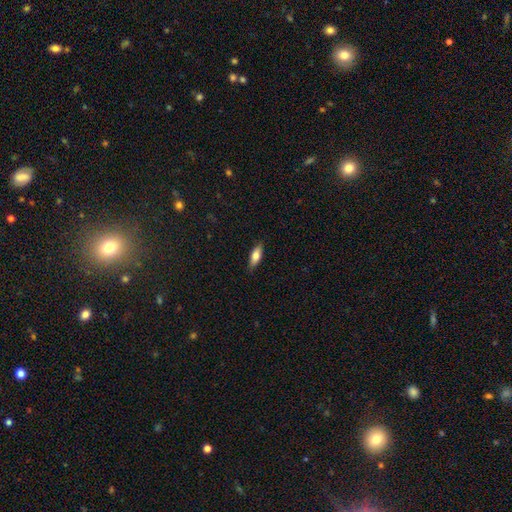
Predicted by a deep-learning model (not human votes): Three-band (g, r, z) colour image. It shows a smooth galaxy with no disk features (70%) that is in between round and cigar-shaped (66%). Merging: none (86%).